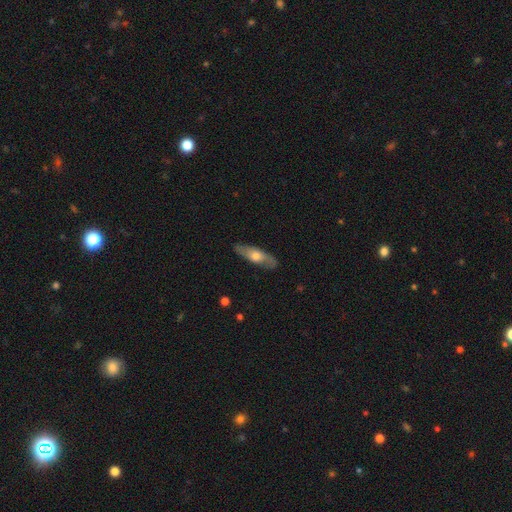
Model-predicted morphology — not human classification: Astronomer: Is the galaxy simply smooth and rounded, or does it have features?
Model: smooth — 47%, tied with featured or disk at 47%.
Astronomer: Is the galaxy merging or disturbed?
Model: none — 84%.